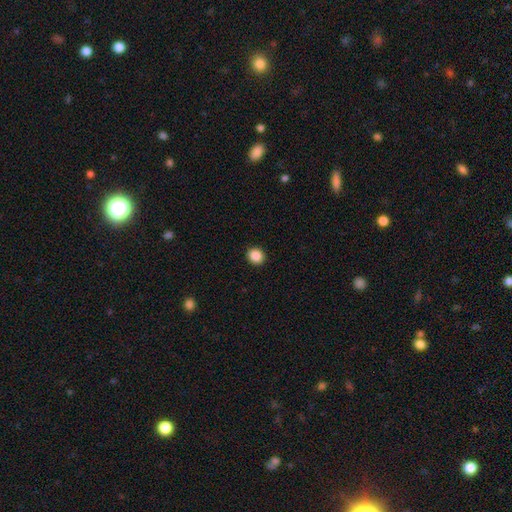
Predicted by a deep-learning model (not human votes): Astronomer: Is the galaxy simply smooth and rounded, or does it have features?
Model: smooth — 88%.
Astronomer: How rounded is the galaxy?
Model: round — 78%.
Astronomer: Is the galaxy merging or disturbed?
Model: none — 92%.